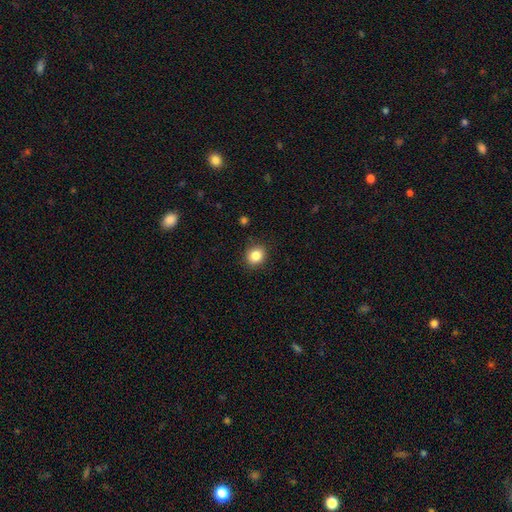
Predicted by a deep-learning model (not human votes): Overall: smooth (84%). How rounded: round (73%). Merging: none (89%).